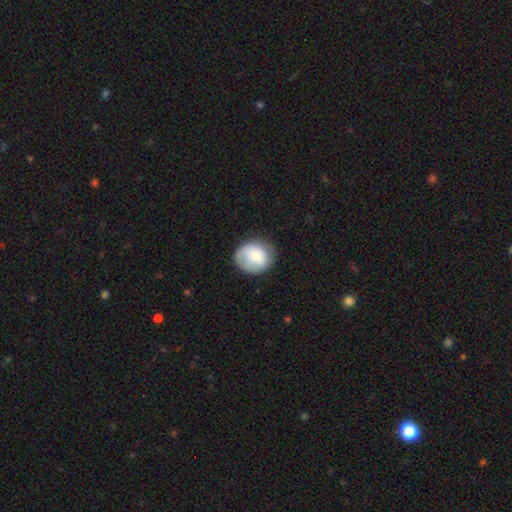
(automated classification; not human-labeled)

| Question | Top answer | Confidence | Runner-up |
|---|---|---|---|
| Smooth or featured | smooth | 68% | featured or disk (25%) |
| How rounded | round | 75% | in between (24%) |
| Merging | none | 70% | minor disturbance (22%) |